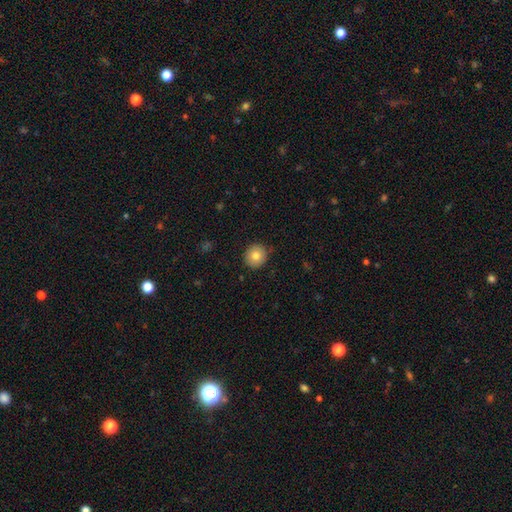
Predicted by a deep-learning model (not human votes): Q: Smooth or featured?
A: smooth (80%); runner-up: featured or disk (11%)
Q: How rounded?
A: round (91%); runner-up: in between (8%)
Q: Merging?
A: none (89%); runner-up: minor disturbance (8%)